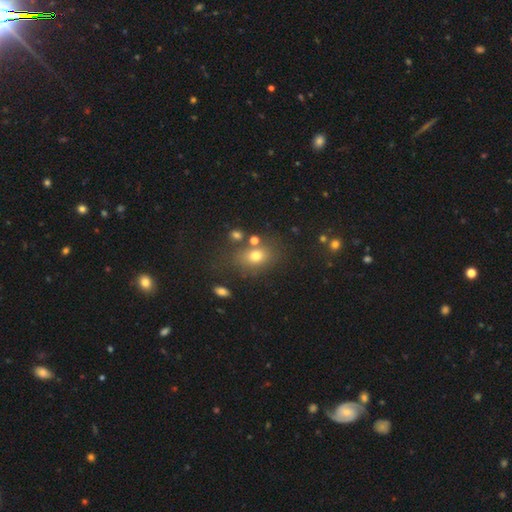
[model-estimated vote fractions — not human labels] This is likely a smooth galaxy (72%). How rounded: likely in between (64%). Merging: likely none (68%).